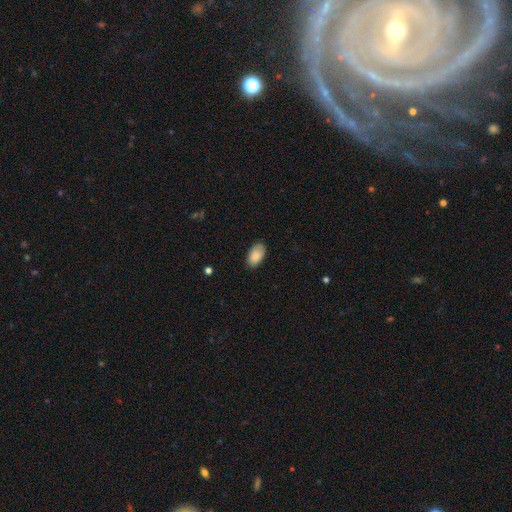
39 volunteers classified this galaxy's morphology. This appears to be a smooth galaxy with no disk features (87%) that is in between round and cigar-shaped (100%). Merging: none (77%).